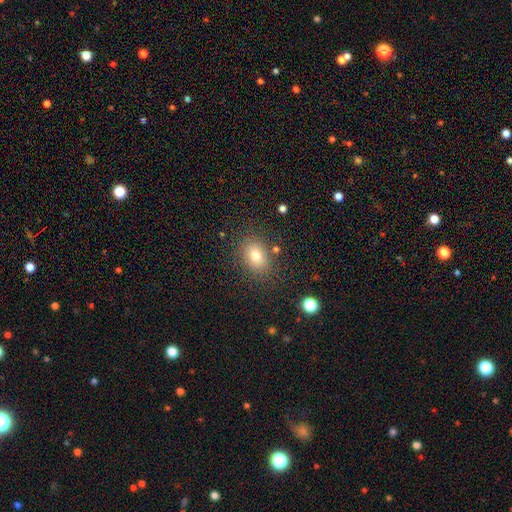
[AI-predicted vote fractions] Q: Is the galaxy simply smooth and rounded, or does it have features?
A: smooth — 79%.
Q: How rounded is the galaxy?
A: in between — 66%.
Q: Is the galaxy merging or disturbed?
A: none — 82%.